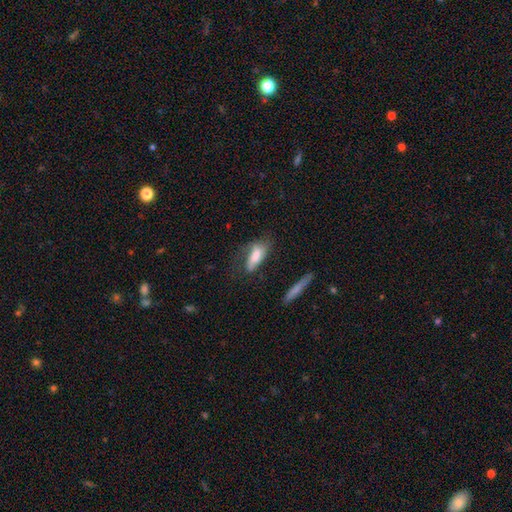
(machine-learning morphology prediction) type=smooth (71%); roundness=in between (74%); merging=none (43%).